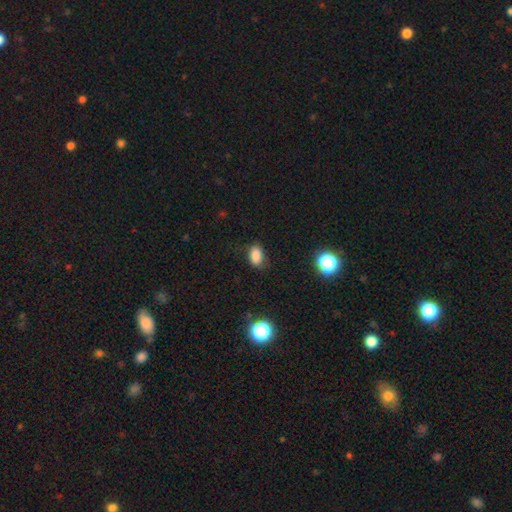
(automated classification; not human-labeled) This appears to be a smooth galaxy with no disk features (84%) that is in between round and cigar-shaped (85%). Merging: none (79%).